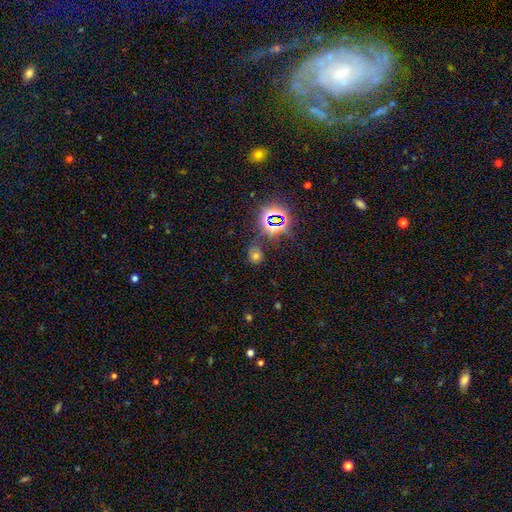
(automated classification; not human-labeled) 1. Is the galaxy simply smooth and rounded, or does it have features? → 47% smooth, 41% star or artifact, 12% featured or disk.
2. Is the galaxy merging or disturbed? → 64% none, 20% minor disturbance, 10% major disturbance, 5% merger.